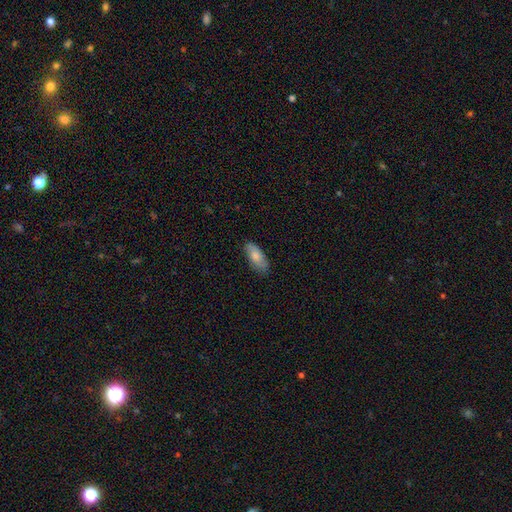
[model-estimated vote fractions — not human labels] Smooth or featured? Predicted: smooth (p=0.72). How rounded? Predicted: in between (p=0.83). Merging? Predicted: none (p=0.80).